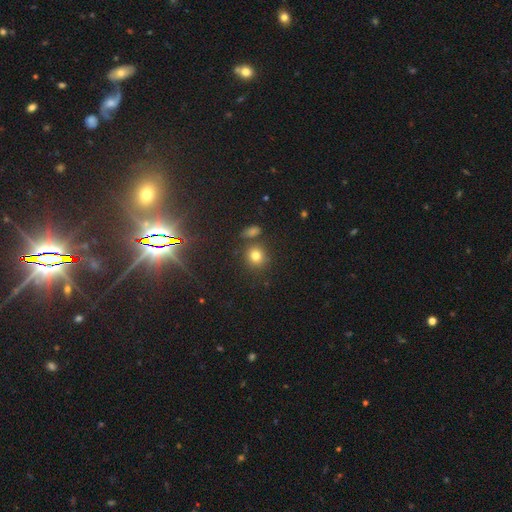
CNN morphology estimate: This is likely a smooth galaxy (76%). How rounded: clearly round (84%). Merging: likely none (75%).